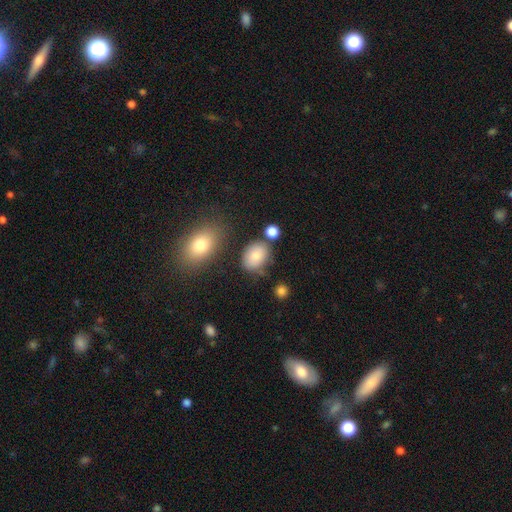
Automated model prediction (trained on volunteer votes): A smooth galaxy with no disk features (82%) that is in between round and cigar-shaped (74%).

Vote fractions:
- Smooth or featured? smooth: 82% / featured or disk: 9% / star or artifact: 9%
- How rounded? in between: 74% / round: 25% / cigar-shaped: 1%
- Merging? none: 69% / minor disturbance: 18% / merger: 8% / major disturbance: 5%